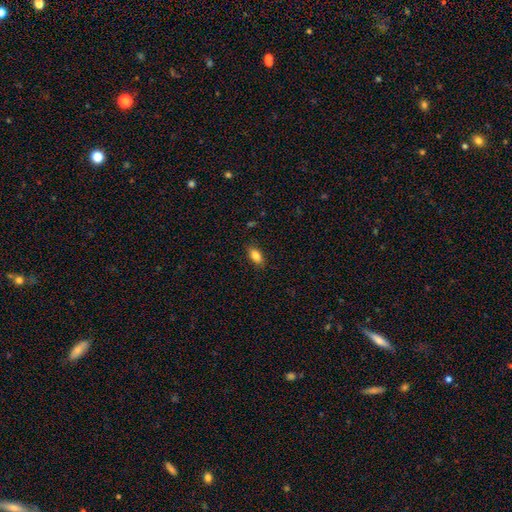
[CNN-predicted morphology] type=smooth (84%); roundness=in between (88%); merging=none (86%).